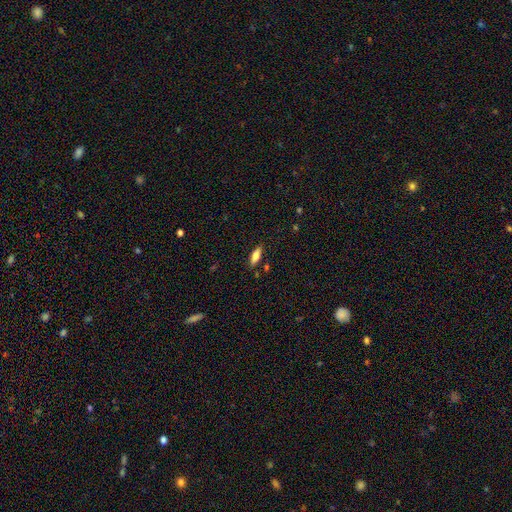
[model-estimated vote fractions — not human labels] Morphology: type=smooth (70%); roundness=in between (65%); merging=none (83%).